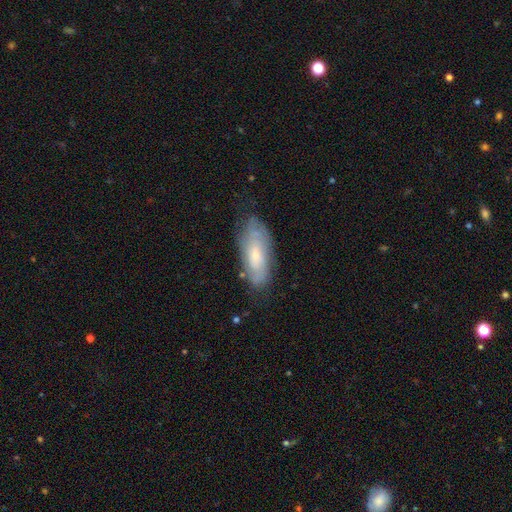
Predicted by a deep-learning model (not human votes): smooth-or-featured: featured or disk: 53% | smooth: 40% | star or artifact: 7%
  disk-edge-on: no: 85% | yes: 15%
  merging: none: 68% | minor disturbance: 23% | major disturbance: 7% | merger: 2%